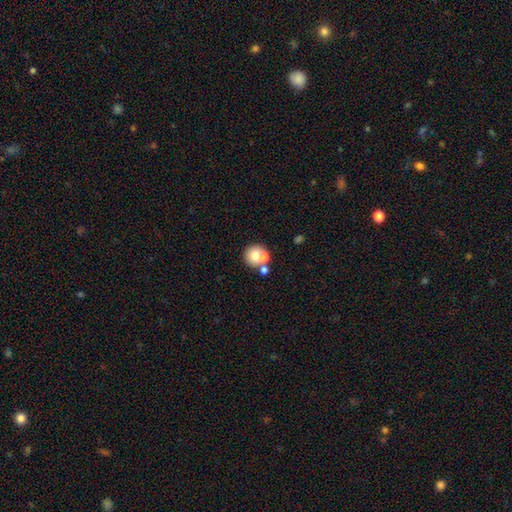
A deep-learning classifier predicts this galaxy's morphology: Smooth or featured? Predicted: smooth (p=0.68). How rounded? Predicted: round (p=0.90). Merging? Predicted: none (p=0.51).